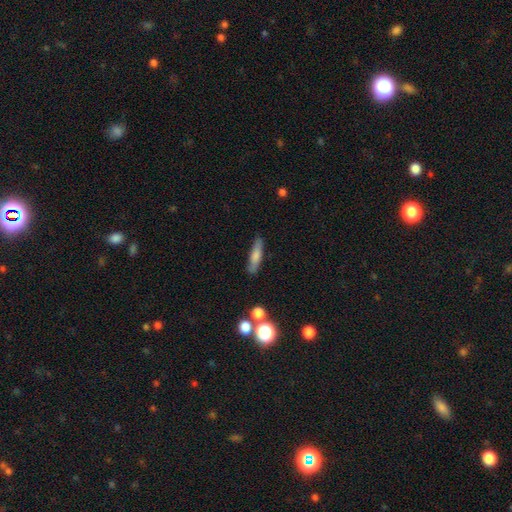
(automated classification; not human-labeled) Morphology: type=smooth (68%); roundness=cigar-shaped (78%); merging=none (81%).